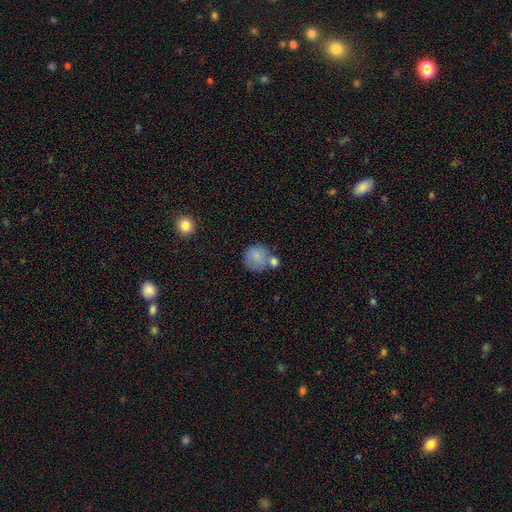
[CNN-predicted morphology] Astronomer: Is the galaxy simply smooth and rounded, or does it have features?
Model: smooth — 75%.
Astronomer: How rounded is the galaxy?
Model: round — 87%.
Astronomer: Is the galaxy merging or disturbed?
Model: none — 48% (runner-up: merger, 26%).